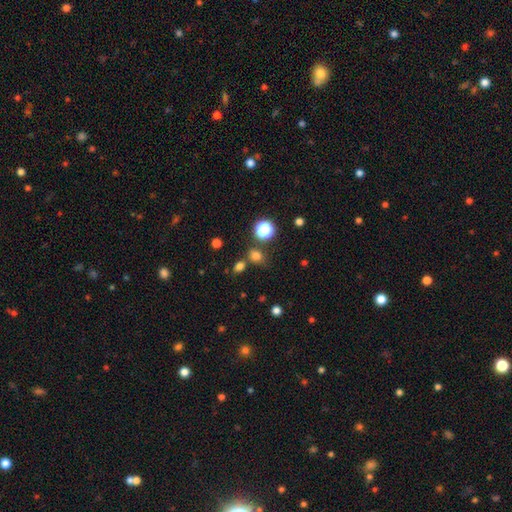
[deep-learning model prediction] smooth_or_featured: smooth (p=0.73) [alt: star or artifact p=0.21]
how_rounded: round (p=0.55) [alt: in between p=0.43]
merging: none (p=0.68) [alt: merger p=0.16]